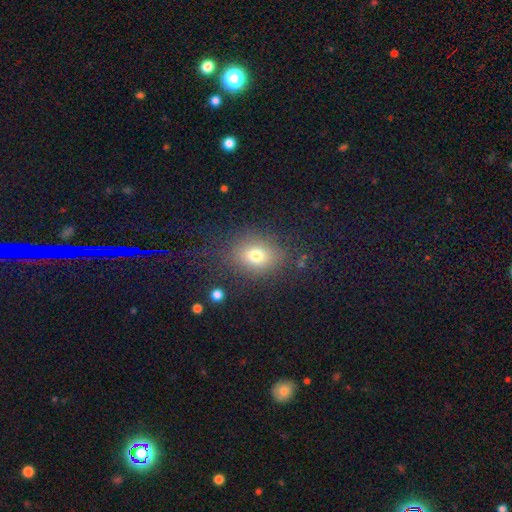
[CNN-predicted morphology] type=smooth (73%); roundness=in between (51%); merging=none (78%).